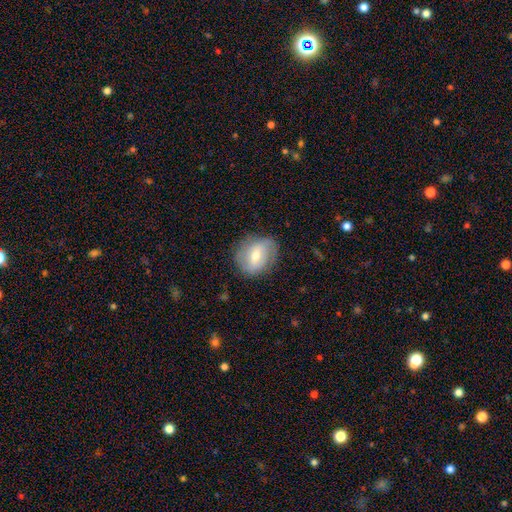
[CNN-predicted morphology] Smooth or featured?
  - smooth: 47% *
  - featured or disk: 46%
  - star or artifact: 7%
Merging?
  - none: 77% *
  - minor disturbance: 17%
  - major disturbance: 6%
  - merger: 1%